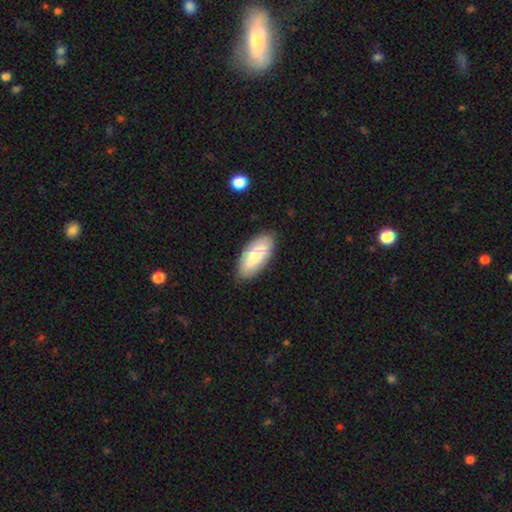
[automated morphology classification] type=smooth (70%); roundness=in between (88%); merging=none (84%).